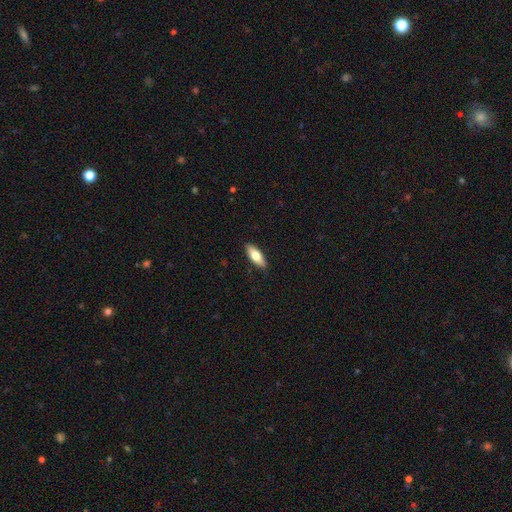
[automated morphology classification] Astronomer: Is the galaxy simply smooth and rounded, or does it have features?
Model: smooth — 72%.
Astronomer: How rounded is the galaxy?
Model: in between — 69%.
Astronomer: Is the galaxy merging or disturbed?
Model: none — 89%.